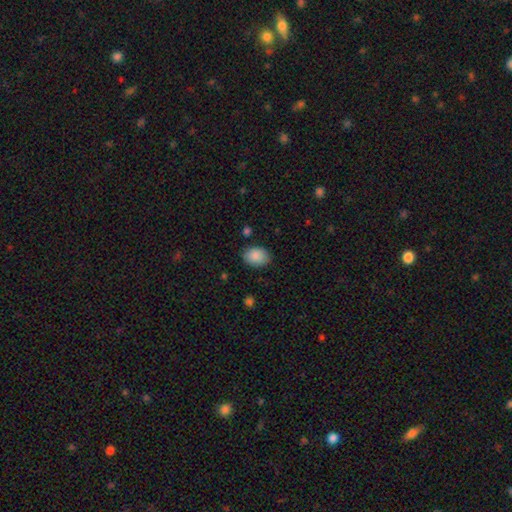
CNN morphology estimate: Smooth or featured: smooth — 88% (star or artifact — 7%)
How rounded: in between — 77% (round — 22%)
Merging: none — 83% (minor disturbance — 12%)